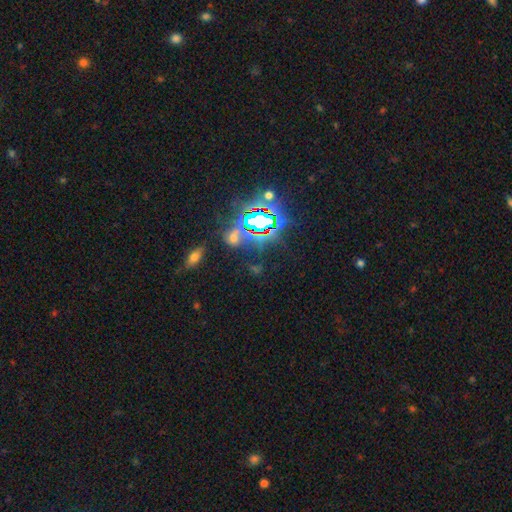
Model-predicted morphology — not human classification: Smooth or featured: star or artifact — 82% (smooth — 10%)